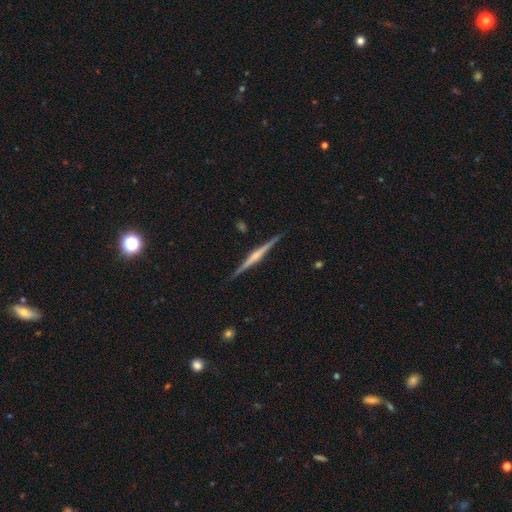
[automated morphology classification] This appears to be a featured or disk galaxy (79%) viewed edge-on (98%) with a rounded central bulge (64%). Merging: none (91%).